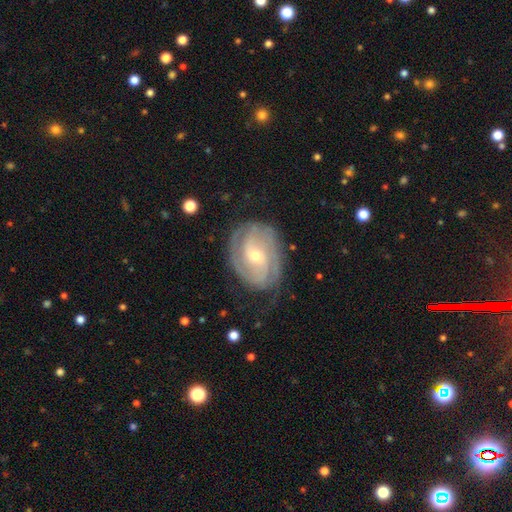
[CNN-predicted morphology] Overall: featured or disk (87%). Edge-on disk: no (97%). Bar: no (45%; weak 40%). Spiral arms: yes (96%). Spiral arm count: 2 (50%; 3 20%). Spiral winding: tight (65%; medium 29%). Bulge size: small (50%; moderate 47%). Merging: none (75%).